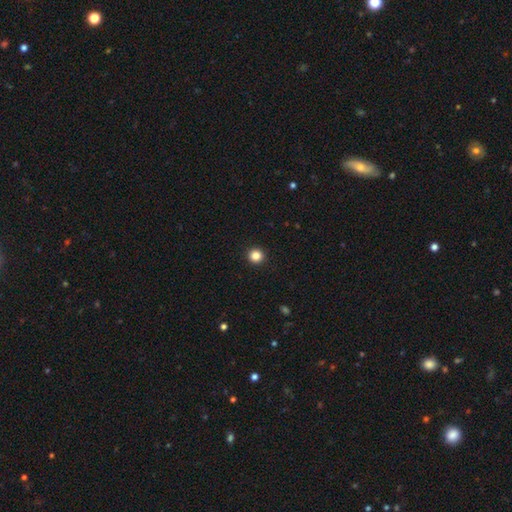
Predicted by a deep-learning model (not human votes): smooth_or_featured: smooth (p=0.85) [alt: star or artifact p=0.11]
how_rounded: round (p=0.95) [alt: in between p=0.04]
merging: none (p=0.94) [alt: minor disturbance p=0.04]